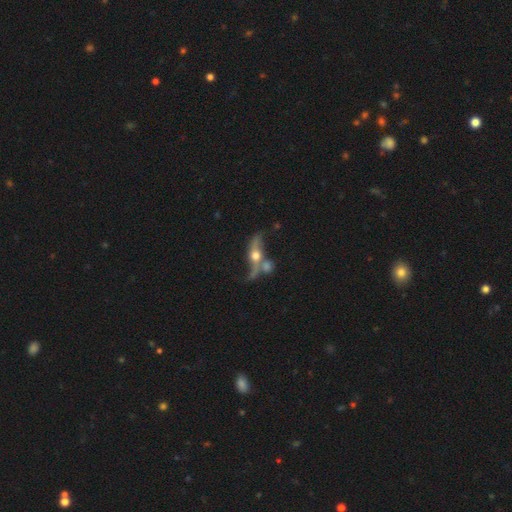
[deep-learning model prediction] Smooth or featured? featured or disk (72%)
Edge-on disk? no (66%)
Merging? merger (37%)